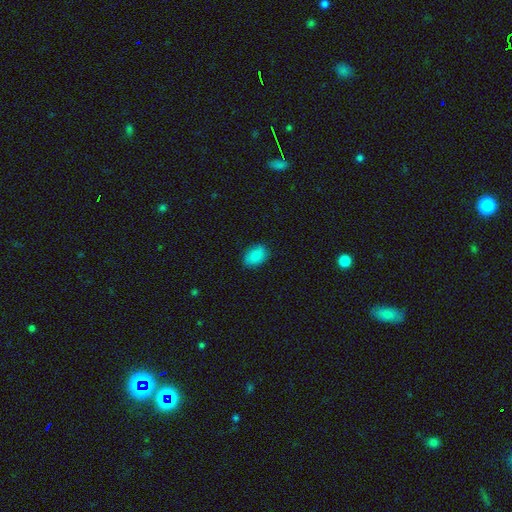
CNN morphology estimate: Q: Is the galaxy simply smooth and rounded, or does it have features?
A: smooth — 88%.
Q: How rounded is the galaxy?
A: in between — 84%.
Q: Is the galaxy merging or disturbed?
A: none — 85%.